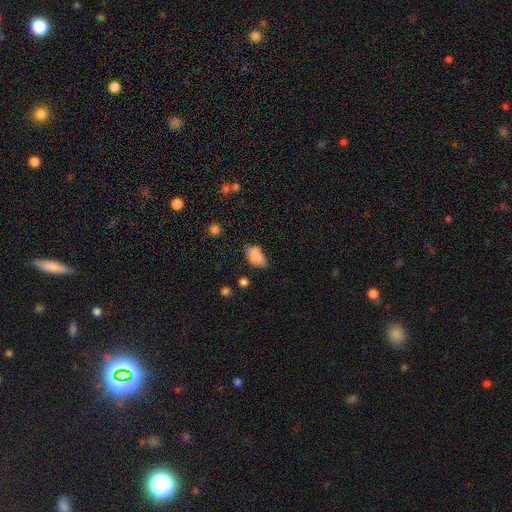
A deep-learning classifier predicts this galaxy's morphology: A smooth galaxy with no disk features (80%) that is in between round and cigar-shaped (91%).

Vote fractions:
- Smooth or featured? smooth: 80% / star or artifact: 10% / featured or disk: 10%
- How rounded? in between: 91% / round: 5% / cigar-shaped: 4%
- Merging? none: 47% / minor disturbance: 36% / major disturbance: 12% / merger: 6%